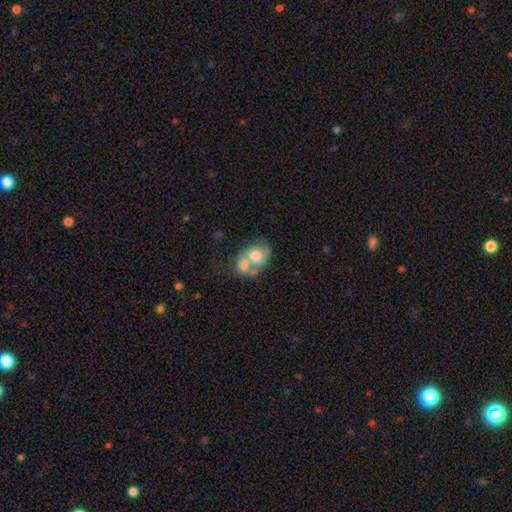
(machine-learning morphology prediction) Q: Smooth or featured?
A: smooth (57%); runner-up: featured or disk (36%)
Q: How rounded?
A: in between (52%); runner-up: round (47%)
Q: Merging?
A: merger (70%); runner-up: none (15%)